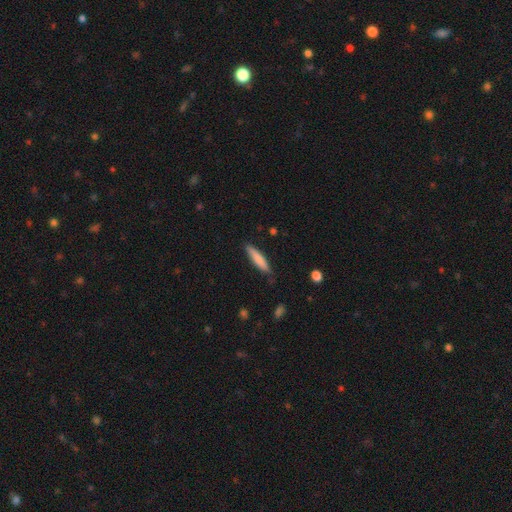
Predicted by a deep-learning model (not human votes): Smooth or featured: smooth — 78% (featured or disk — 16%)
How rounded: cigar-shaped — 86% (in between — 12%)
Merging: none — 84% (minor disturbance — 13%)